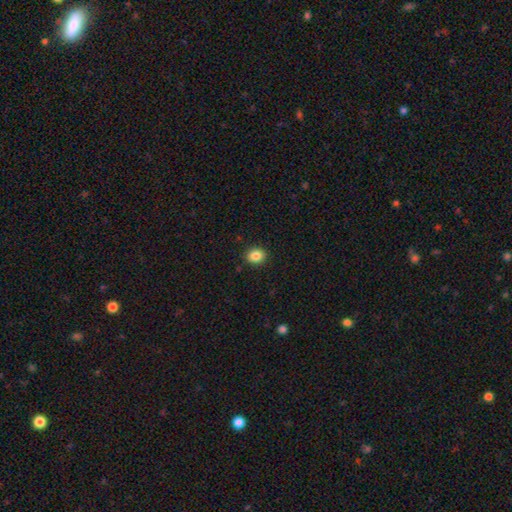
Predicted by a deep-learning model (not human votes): Q: Smooth or featured?
A: smooth (85%); runner-up: star or artifact (10%)
Q: How rounded?
A: round (62%); runner-up: in between (37%)
Q: Merging?
A: none (91%); runner-up: minor disturbance (6%)